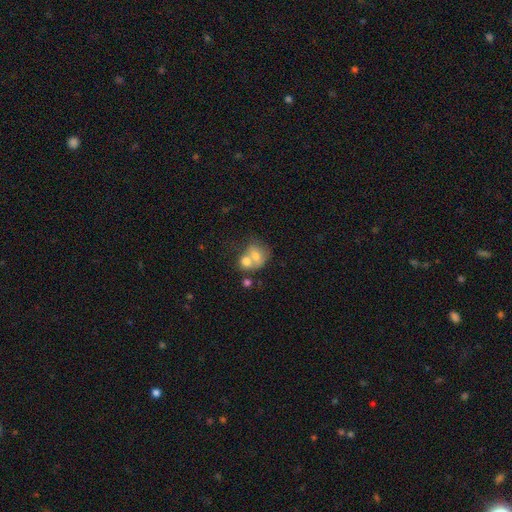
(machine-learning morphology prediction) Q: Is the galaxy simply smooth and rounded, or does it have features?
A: smooth — 65%.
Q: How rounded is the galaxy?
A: round — 56%.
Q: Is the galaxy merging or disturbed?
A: merger — 64%.